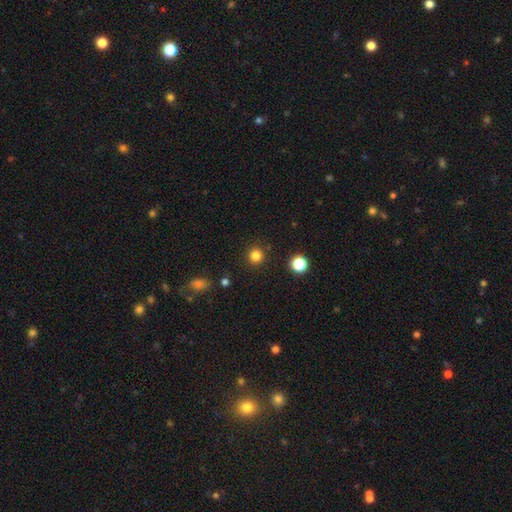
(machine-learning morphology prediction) A smooth galaxy with no disk features (83%) that is round (94%).

Vote fractions:
- Smooth or featured? smooth: 83% / star or artifact: 13% / featured or disk: 4%
- How rounded? round: 94% / in between: 5% / cigar-shaped: 1%
- Merging? none: 91% / minor disturbance: 5% / major disturbance: 2% / merger: 2%